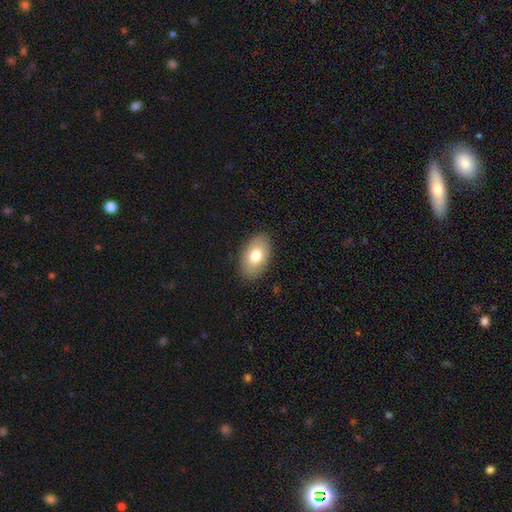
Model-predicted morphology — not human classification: smooth_or_featured: smooth (p=0.76) [alt: featured or disk p=0.17]
how_rounded: in between (p=0.91) [alt: round p=0.07]
merging: none (p=0.88) [alt: minor disturbance p=0.09]